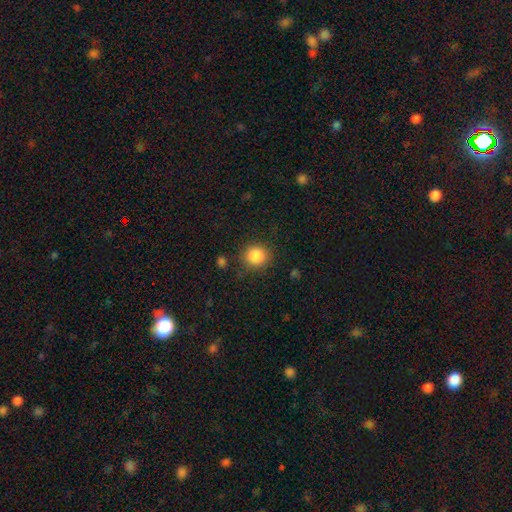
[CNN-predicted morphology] This appears to be a smooth galaxy with no disk features (87%) that is round (87%). Merging: none (85%).